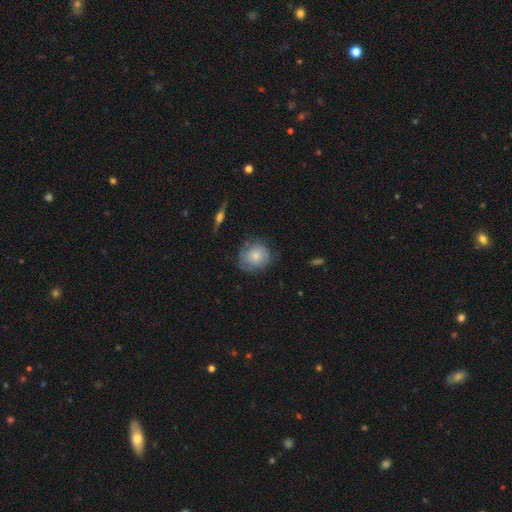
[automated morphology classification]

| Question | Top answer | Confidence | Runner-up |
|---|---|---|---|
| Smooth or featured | smooth | 71% | featured or disk (21%) |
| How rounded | round | 80% | in between (19%) |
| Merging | none | 67% | minor disturbance (23%) |